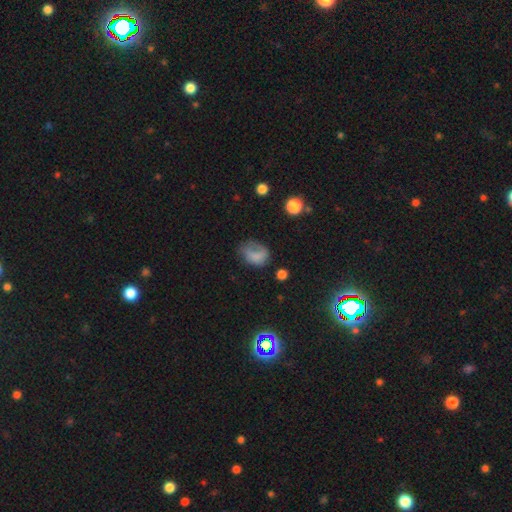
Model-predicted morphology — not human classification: This appears to be a smooth galaxy with no disk features (69%) that is in between round and cigar-shaped (63%). Merging: none (37%).